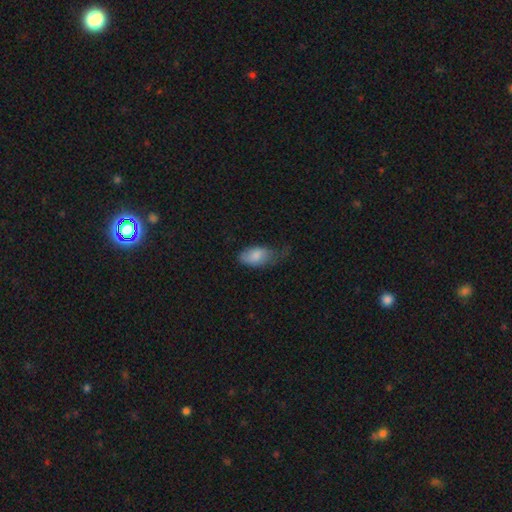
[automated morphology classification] This appears to be a smooth galaxy with no disk features (82%) that is in between round and cigar-shaped (94%). Merging: minor disturbance (41%).